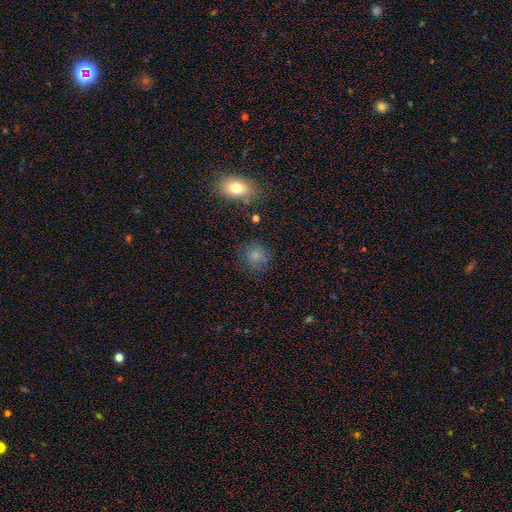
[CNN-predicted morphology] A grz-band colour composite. It shows a smooth galaxy with no disk features (77%) that is round (83%). Merging: none (75%).